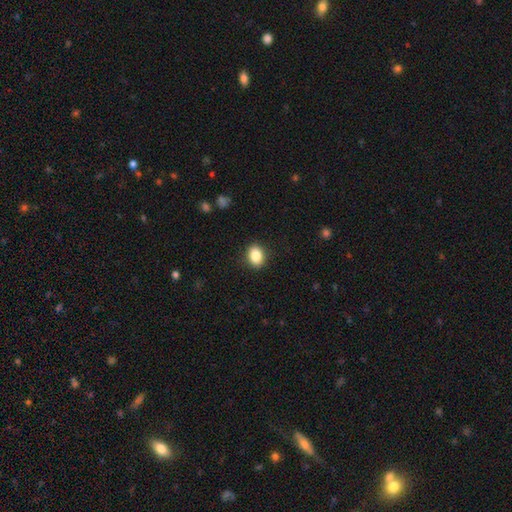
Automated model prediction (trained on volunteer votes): This is clearly a smooth galaxy (85%). How rounded: likely in between (62%). Merging: clearly none (89%).